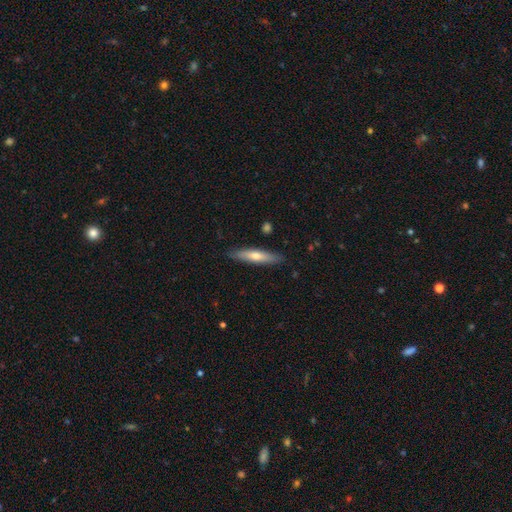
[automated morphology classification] A smooth galaxy with no disk features (57%) that is cigar-shaped (86%). Merging: none (88%).